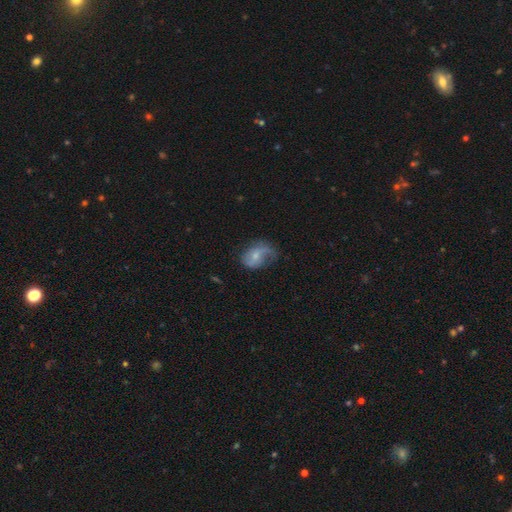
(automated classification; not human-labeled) Smooth or featured: featured or disk — 55% (smooth — 37%)
Edge-on disk: no — 96% (yes — 4%)
Bar: no — 55% (weak — 37%)
Spiral arms: yes — 79% (no — 21%)
Bulge size: small — 57% (moderate — 32%)
Merging: none — 44% (minor disturbance — 31%)